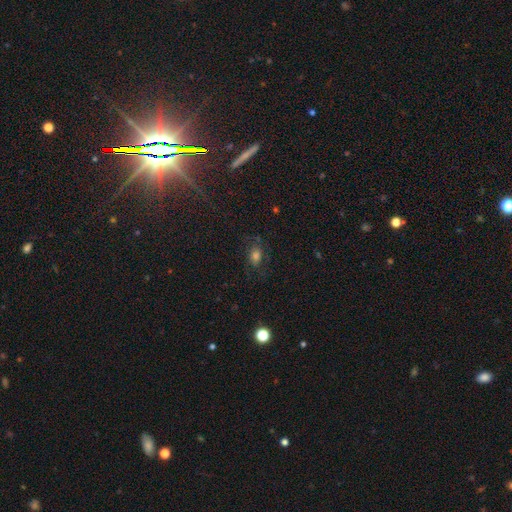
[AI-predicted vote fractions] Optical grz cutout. It shows a smooth galaxy with no disk features (53%) that is in between round and cigar-shaped (66%). Merging: none (67%).